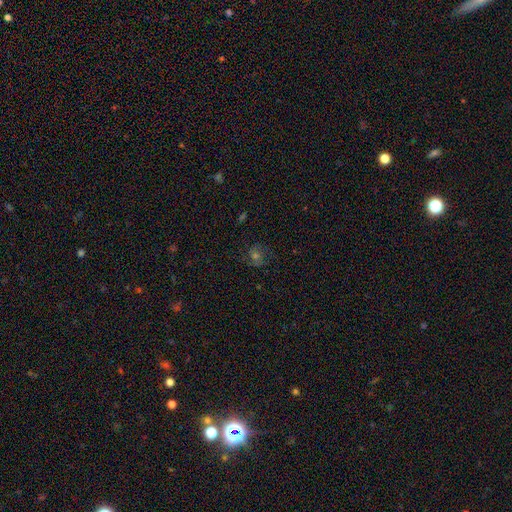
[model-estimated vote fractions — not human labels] Smooth or featured? Predicted: featured or disk (p=0.44). Merging? Predicted: none (p=0.79).